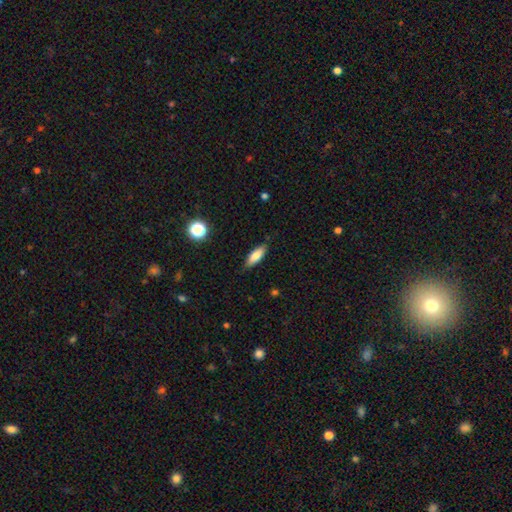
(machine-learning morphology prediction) smooth_or_featured: smooth (p=0.80) [alt: featured or disk p=0.13]
how_rounded: in between (p=0.62) [alt: cigar-shaped p=0.36]
merging: none (p=0.84) [alt: minor disturbance p=0.12]